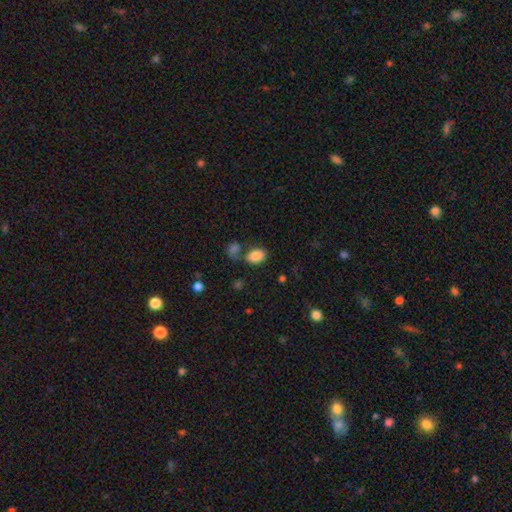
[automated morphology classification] A smooth galaxy with no disk features (86%) that is in between round and cigar-shaped (85%). Merging: none (58%).